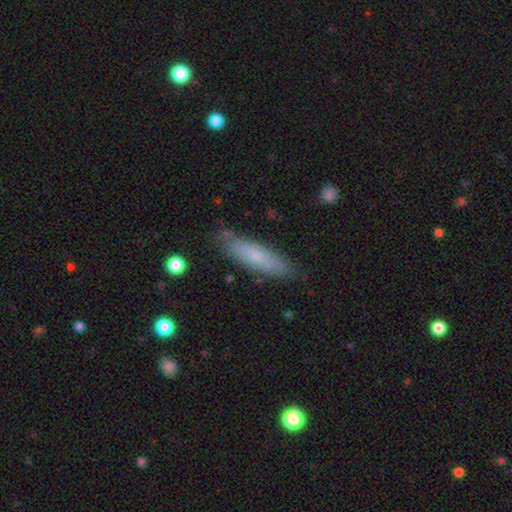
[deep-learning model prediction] A smooth galaxy with no disk features (66%) that is cigar-shaped (69%).

Vote fractions:
- Smooth or featured? smooth: 66% / featured or disk: 27% / star or artifact: 6%
- How rounded? cigar-shaped: 69% / in between: 30% / round: 2%
- Merging? none: 81% / minor disturbance: 15% / major disturbance: 3% / merger: 2%